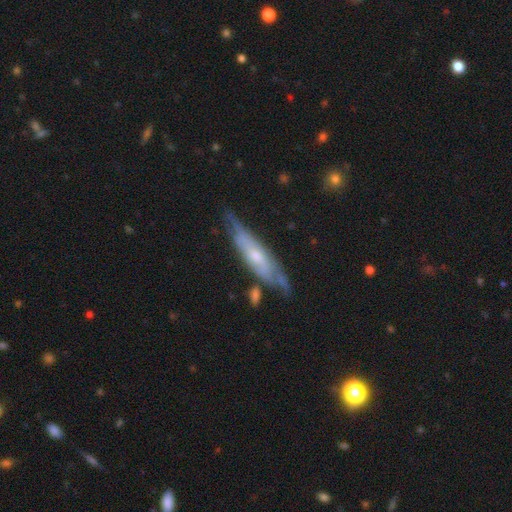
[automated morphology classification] featured or disk 69%, smooth 25%, star or artifact 6%. Down the decision tree: edge-on disk — yes (51%); merging — none (57%).